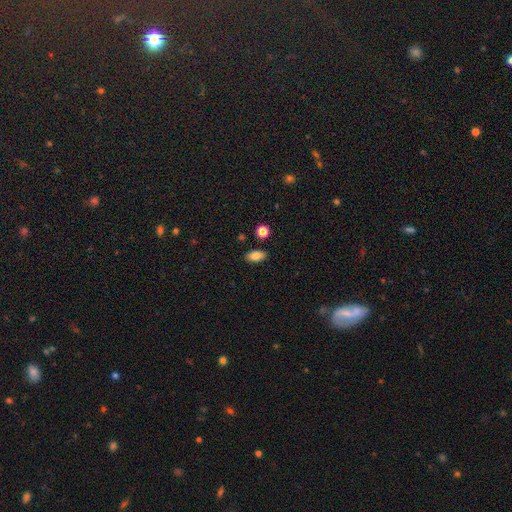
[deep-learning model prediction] Smooth or featured?
  - smooth: 83% *
  - star or artifact: 9%
  - featured or disk: 8%
How rounded?
  - in between: 89% *
  - cigar-shaped: 6%
  - round: 5%
Merging?
  - none: 87% *
  - minor disturbance: 8%
  - merger: 3%
  - major disturbance: 2%